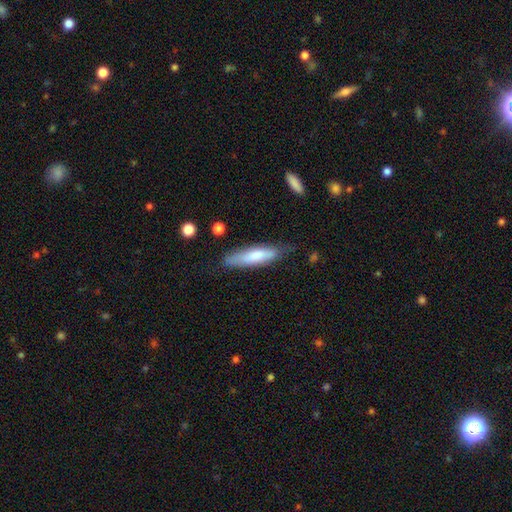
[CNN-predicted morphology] This is likely a smooth galaxy (72%). How rounded: likely cigar-shaped (70%). Merging: likely none (71%).